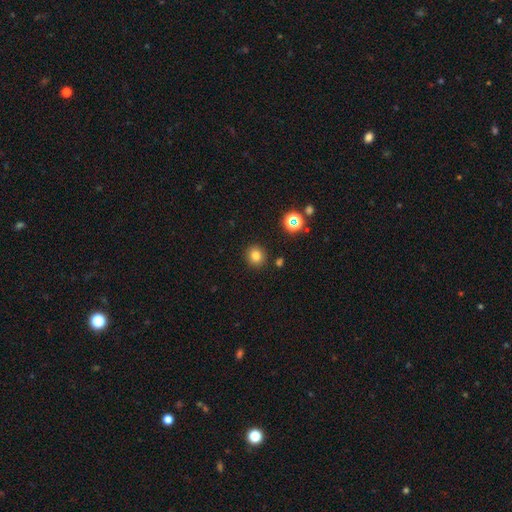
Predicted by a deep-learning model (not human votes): Smooth or featured? smooth (79%)
How rounded? round (86%)
Merging? none (89%)